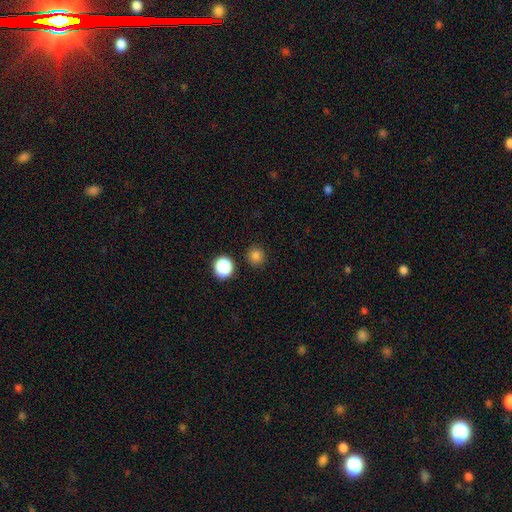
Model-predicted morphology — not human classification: Smooth or featured?
  - smooth: 80% *
  - star or artifact: 16%
  - featured or disk: 4%
How rounded?
  - round: 92% *
  - in between: 7%
  - cigar-shaped: 1%
Merging?
  - none: 89% *
  - minor disturbance: 6%
  - merger: 2%
  - major disturbance: 2%